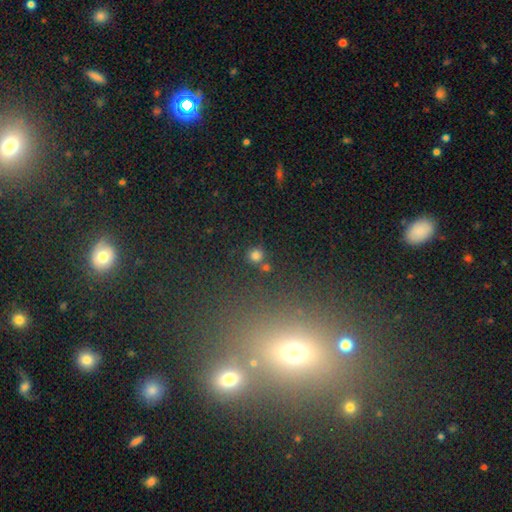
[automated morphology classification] type=smooth (78%); roundness=round (93%); merging=none (78%).